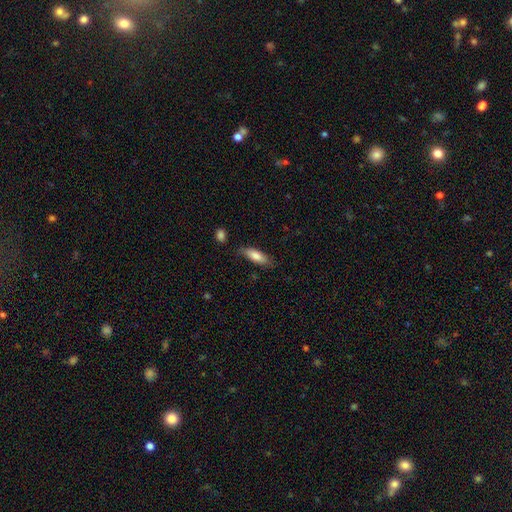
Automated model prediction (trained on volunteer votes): smooth 79%, featured or disk 15%, star or artifact 6%. Down the decision tree: how rounded — in between (52%); merging — none (75%).